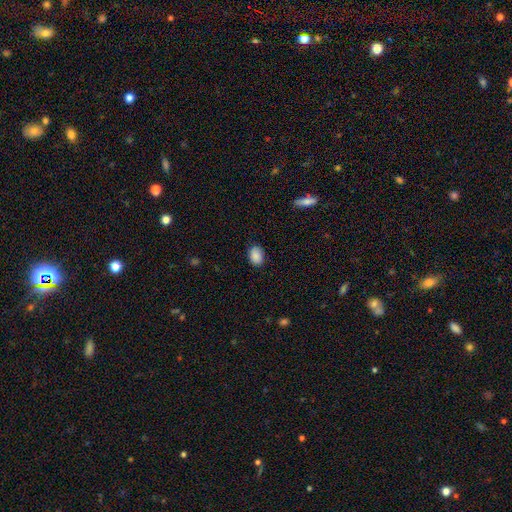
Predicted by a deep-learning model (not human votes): The model was most divided on "how rounded": in between: 77%, round: 22%, cigar-shaped: 1%. More confident: smooth or featured — smooth (88%); merging — none (85%).